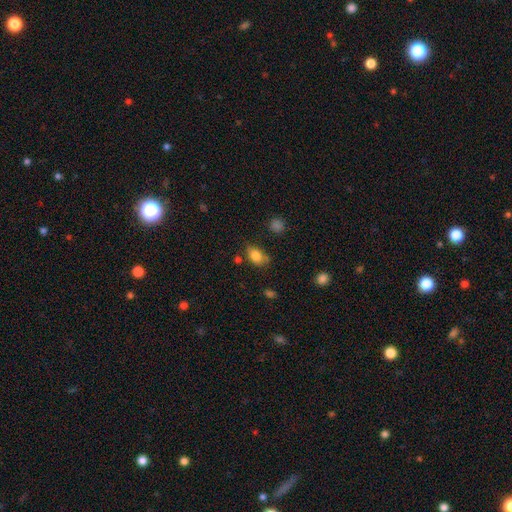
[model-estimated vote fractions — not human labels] Overall: smooth (83%). How rounded: in between (78%). Merging: none (64%; minor disturbance 24%).